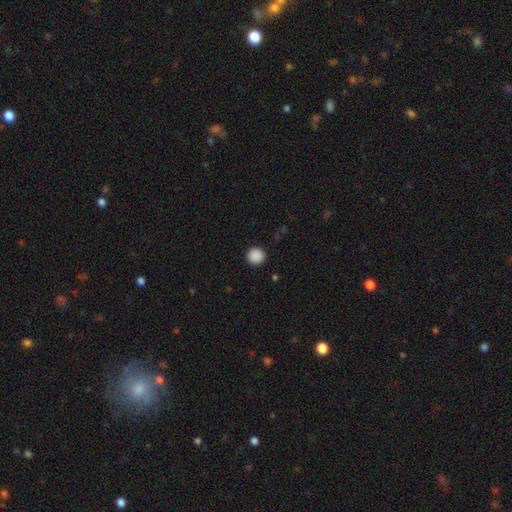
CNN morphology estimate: Smooth or featured? smooth (89%)
How rounded? round (95%)
Merging? none (93%)